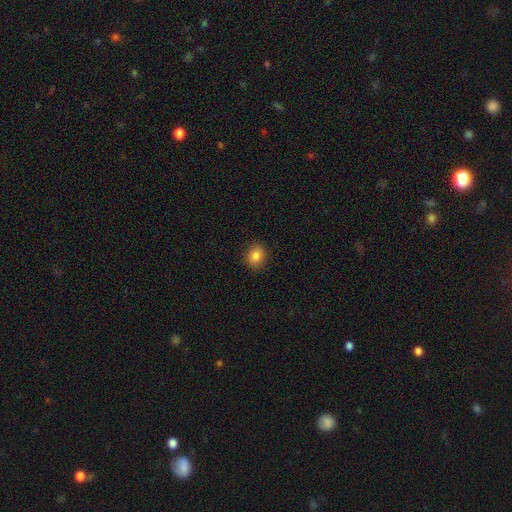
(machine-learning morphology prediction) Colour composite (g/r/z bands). It shows a smooth galaxy with no disk features (84%) that is round (60%). Merging: none (88%).